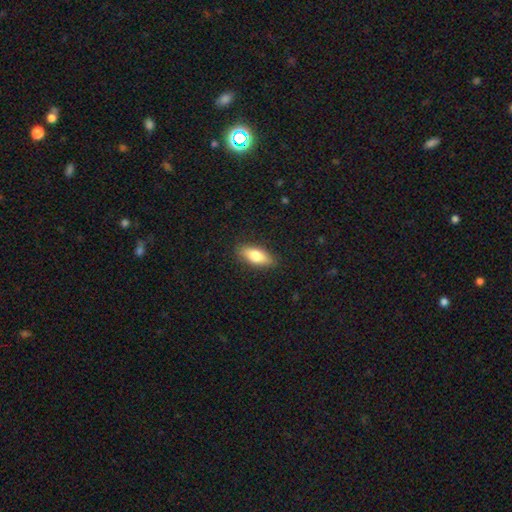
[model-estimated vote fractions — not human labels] Smooth or featured? Predicted: smooth (p=0.73). How rounded? Predicted: in between (p=0.75). Merging? Predicted: none (p=0.86).